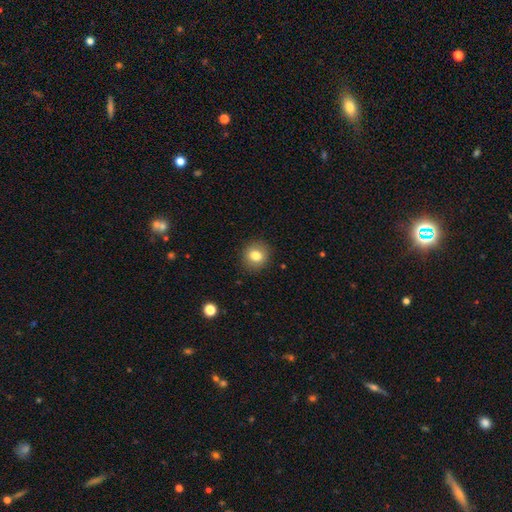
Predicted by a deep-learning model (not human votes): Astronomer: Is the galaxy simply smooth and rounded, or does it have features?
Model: smooth — 81%.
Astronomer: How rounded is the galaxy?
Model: round — 83%.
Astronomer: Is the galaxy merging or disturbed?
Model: none — 89%.